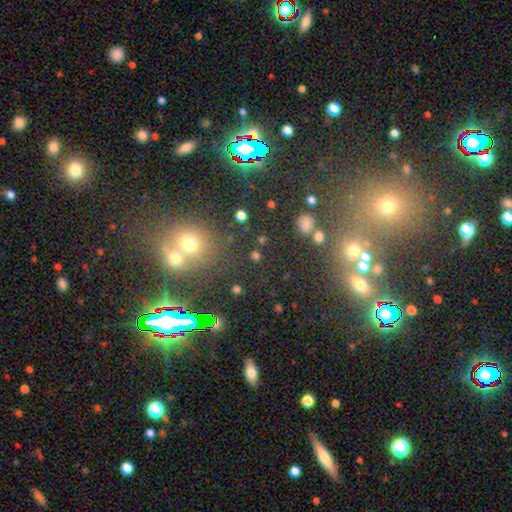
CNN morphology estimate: smooth-or-featured: star or artifact: 53% | smooth: 37% | featured or disk: 11%